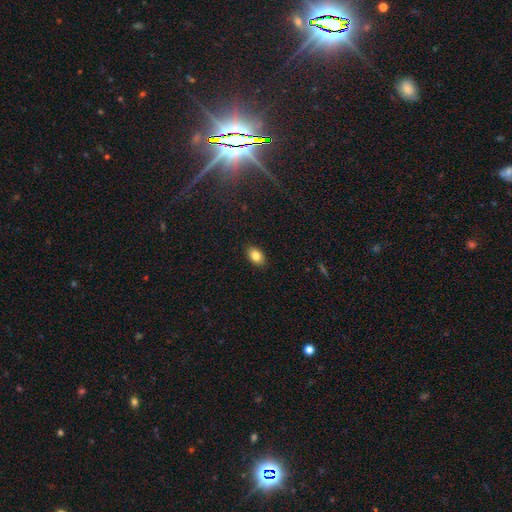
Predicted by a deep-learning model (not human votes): Q: Smooth or featured?
A: smooth (84%); runner-up: star or artifact (9%)
Q: How rounded?
A: in between (85%); runner-up: round (14%)
Q: Merging?
A: none (89%); runner-up: minor disturbance (8%)